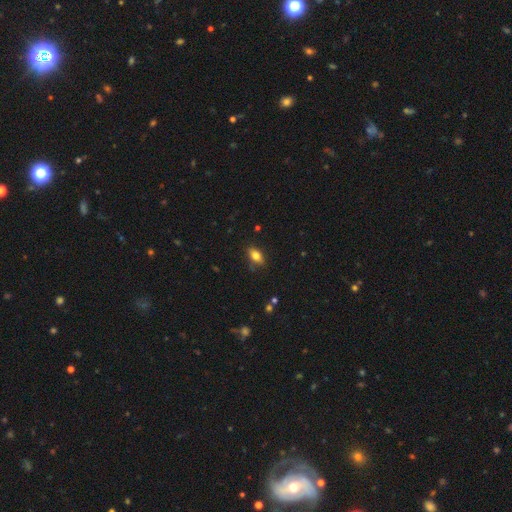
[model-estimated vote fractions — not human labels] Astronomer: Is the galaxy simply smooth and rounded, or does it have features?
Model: smooth — 78%.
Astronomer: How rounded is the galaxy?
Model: in between — 84%.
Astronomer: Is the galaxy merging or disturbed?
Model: none — 78%.